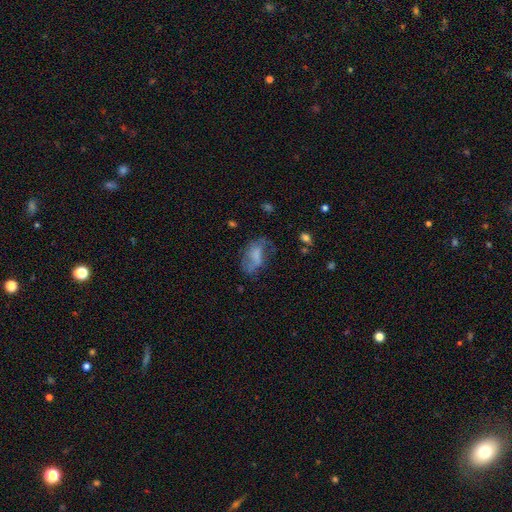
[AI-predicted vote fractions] This is possibly a smooth galaxy (49%). Merging: marginally none (39%).